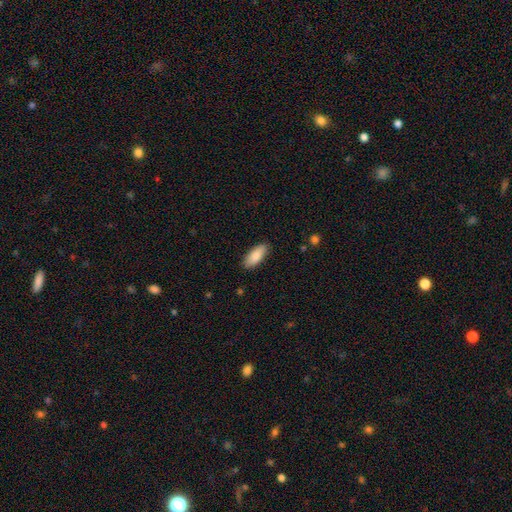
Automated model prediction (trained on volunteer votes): Smooth or featured?
  - smooth: 86% *
  - featured or disk: 9%
  - star or artifact: 6%
How rounded?
  - in between: 83% *
  - cigar-shaped: 15%
  - round: 2%
Merging?
  - none: 88% *
  - minor disturbance: 10%
  - major disturbance: 2%
  - merger: 1%